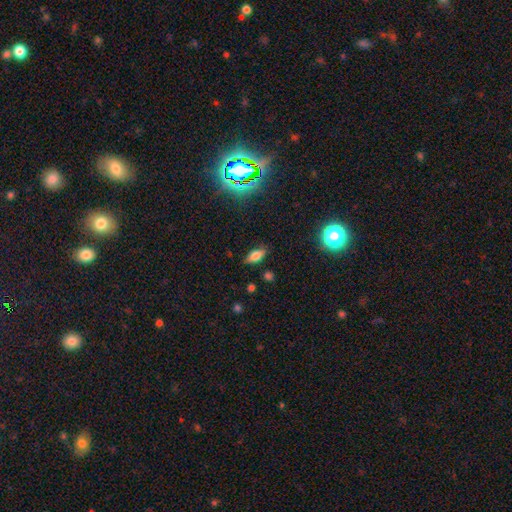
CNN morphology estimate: Smooth or featured?
  - smooth: 67% *
  - featured or disk: 20%
  - star or artifact: 13%
How rounded?
  - in between: 78% *
  - cigar-shaped: 18%
  - round: 4%
Merging?
  - none: 82% *
  - minor disturbance: 13%
  - major disturbance: 3%
  - merger: 2%